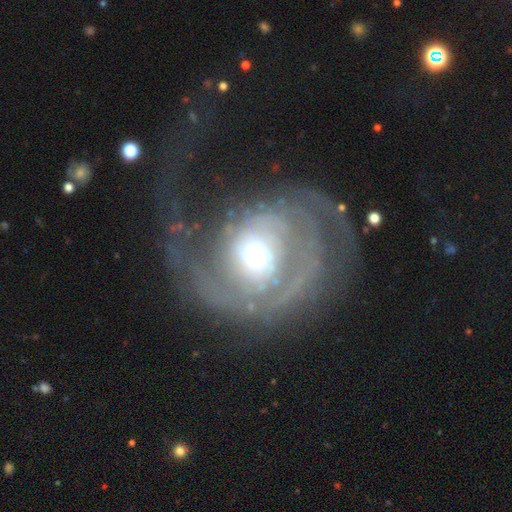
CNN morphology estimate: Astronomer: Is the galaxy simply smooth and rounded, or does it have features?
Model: featured or disk — 82%.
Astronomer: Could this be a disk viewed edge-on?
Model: no — 97%.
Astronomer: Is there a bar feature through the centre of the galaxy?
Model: no — 69%.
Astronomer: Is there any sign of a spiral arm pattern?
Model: yes — 86%.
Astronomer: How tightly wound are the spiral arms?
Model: tight — 41% (runner-up: medium, 33%).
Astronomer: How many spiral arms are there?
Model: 2 — 33% (runner-up: can't tell, 27%).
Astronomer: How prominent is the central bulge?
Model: moderate — 57%.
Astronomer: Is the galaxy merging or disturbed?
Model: major disturbance — 50% (runner-up: none, 32%).